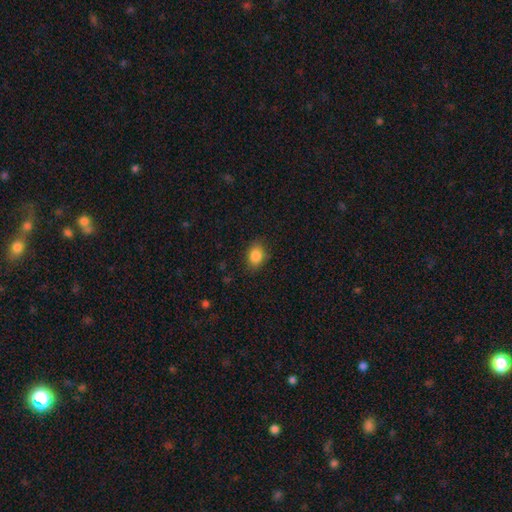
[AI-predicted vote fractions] Q: Smooth or featured?
A: smooth (86%); runner-up: star or artifact (9%)
Q: How rounded?
A: in between (68%); runner-up: round (31%)
Q: Merging?
A: none (79%); runner-up: minor disturbance (16%)